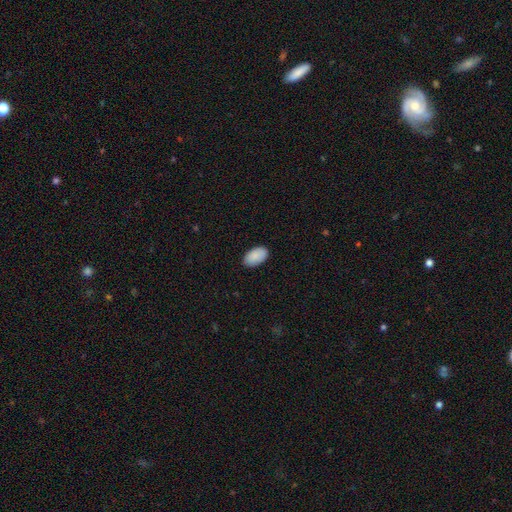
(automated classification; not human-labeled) The model was most divided on "merging": none: 88%, minor disturbance: 9%, major disturbance: 2%, merger: 1%. More confident: how rounded — in between (96%); smooth or featured — smooth (91%).